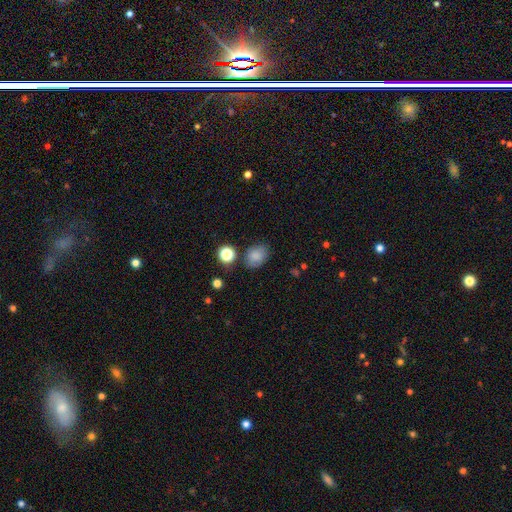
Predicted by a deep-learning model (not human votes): Overall: smooth (83%). How rounded: in between (68%; round 31%). Merging: none (75%).